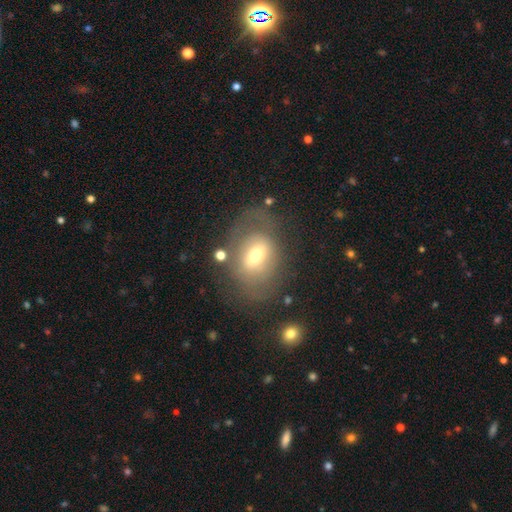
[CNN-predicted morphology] The model was most divided on "smooth or featured": featured or disk: 46%, smooth: 44%, star or artifact: 10%. More confident: merging — none (60%).